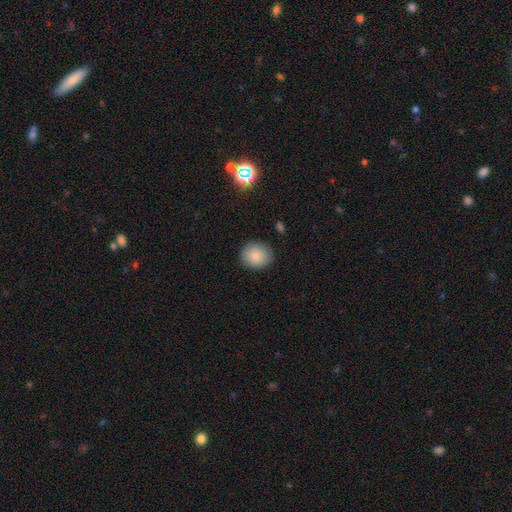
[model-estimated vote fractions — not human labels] This appears to be a smooth galaxy with no disk features (86%) that is round (77%). Merging: none (89%).